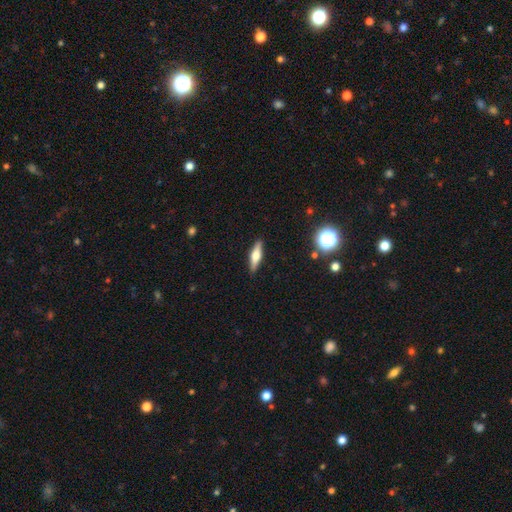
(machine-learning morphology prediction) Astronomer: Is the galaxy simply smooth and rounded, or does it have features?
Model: featured or disk — 52% (runner-up: smooth, 40%).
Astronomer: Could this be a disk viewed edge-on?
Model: yes — 94%.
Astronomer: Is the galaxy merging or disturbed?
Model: none — 90%.